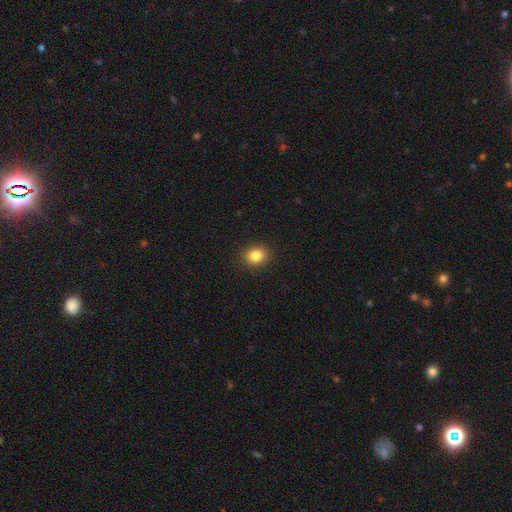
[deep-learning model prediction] The model was most divided on "how rounded": round: 70%, in between: 29%, cigar-shaped: 1%. More confident: merging — none (90%); smooth or featured — smooth (84%).